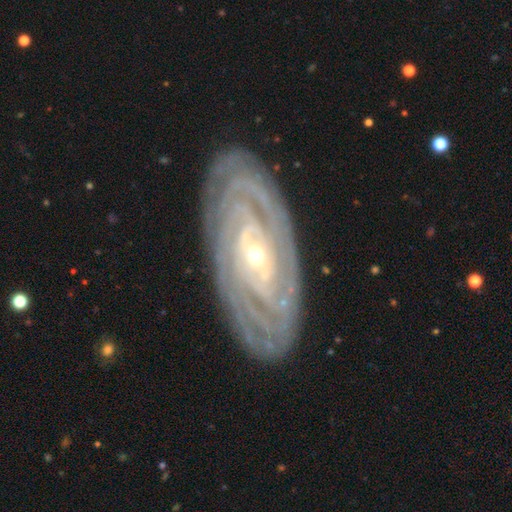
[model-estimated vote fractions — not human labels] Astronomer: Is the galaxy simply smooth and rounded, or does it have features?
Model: featured or disk — 89%.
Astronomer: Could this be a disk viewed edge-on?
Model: no — 92%.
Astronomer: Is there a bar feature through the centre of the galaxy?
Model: no — 56%.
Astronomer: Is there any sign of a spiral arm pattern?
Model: yes — 96%.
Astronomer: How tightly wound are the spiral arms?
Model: tight — 80%.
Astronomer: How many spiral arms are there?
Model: can't tell — 27% (runner-up: 3, 20%).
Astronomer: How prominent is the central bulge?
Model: small — 60% (runner-up: moderate, 37%).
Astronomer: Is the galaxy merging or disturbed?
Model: none — 82%.